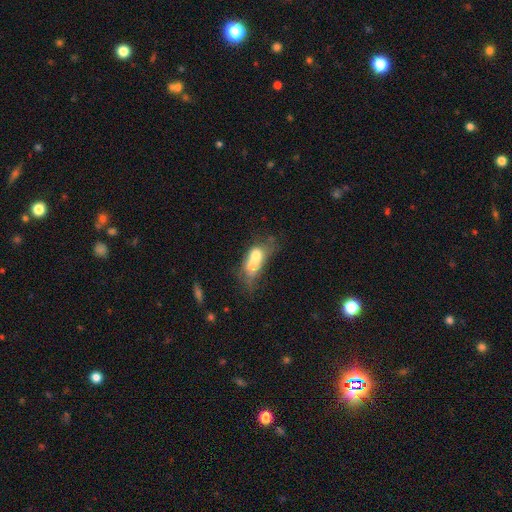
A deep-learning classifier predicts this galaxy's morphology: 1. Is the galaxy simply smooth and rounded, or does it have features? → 55% smooth, 34% featured or disk, 11% star or artifact.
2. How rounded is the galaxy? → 74% in between, 17% cigar-shaped, 9% round.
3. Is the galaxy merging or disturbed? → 42% merger, 23% major disturbance, 19% none, 16% minor disturbance.